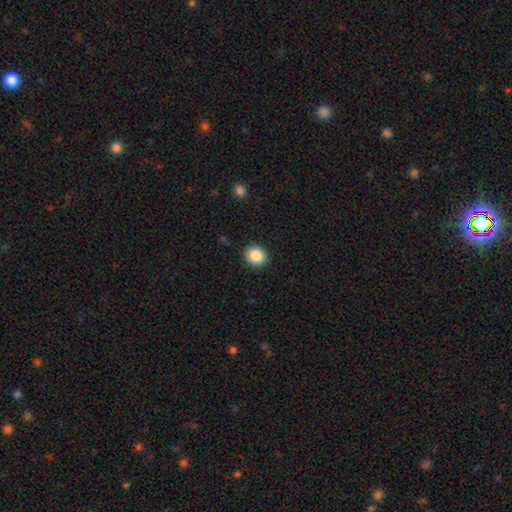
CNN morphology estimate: Smooth or featured? Predicted: smooth (p=0.88). How rounded? Predicted: round (p=0.87). Merging? Predicted: none (p=0.92).